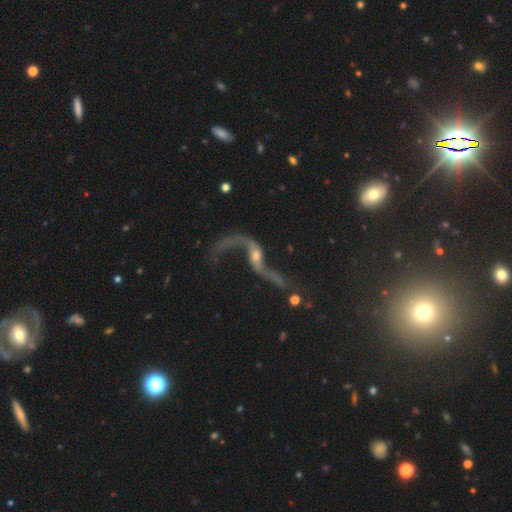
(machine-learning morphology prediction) Smooth or featured? featured or disk (87%)
Edge-on disk? no (91%)
Bar? no (49%)
Spiral arms? yes (92%)
Spiral winding? loose (95%)
Spiral arm count? 2 (92%)
Bulge size? small (49%)
Merging? none (49%)